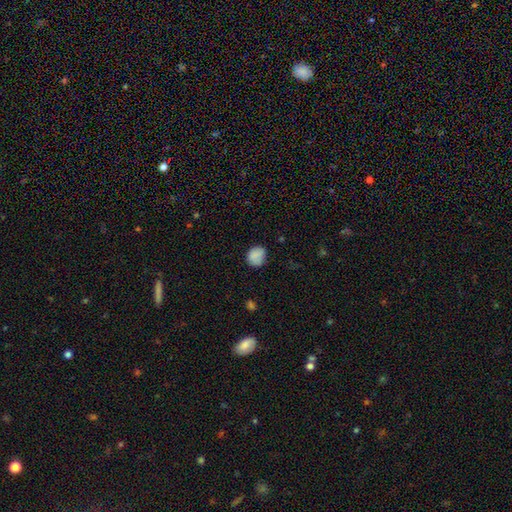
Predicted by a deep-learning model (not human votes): The model was most divided on "how rounded": round: 72%, in between: 27%, cigar-shaped: 1%. More confident: smooth or featured — smooth (86%); merging — none (76%).